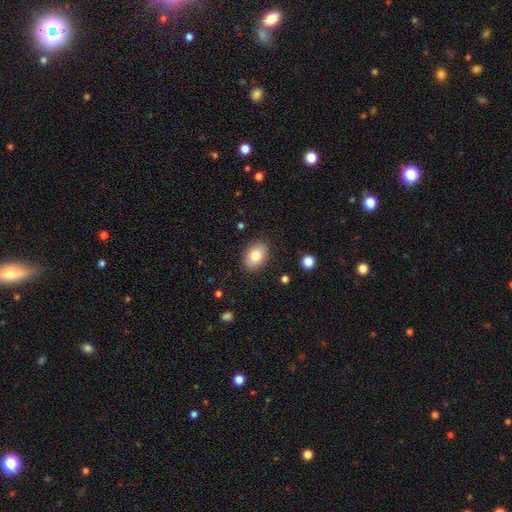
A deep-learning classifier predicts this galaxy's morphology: This appears to be a smooth galaxy with no disk features (83%) that is in between round and cigar-shaped (84%). Merging: none (87%).